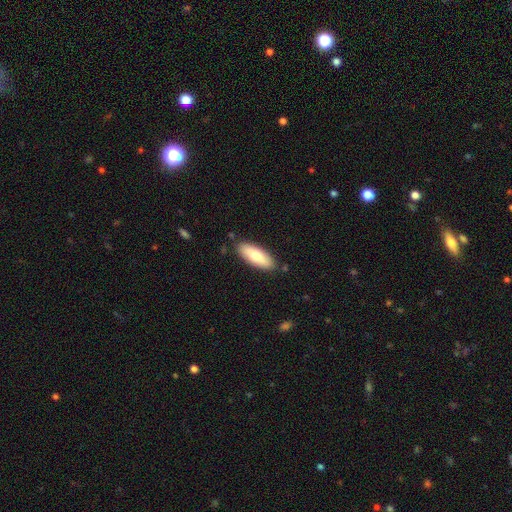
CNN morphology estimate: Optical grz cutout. It shows a smooth galaxy with no disk features (71%) that is in between round and cigar-shaped (74%). Merging: none (85%).